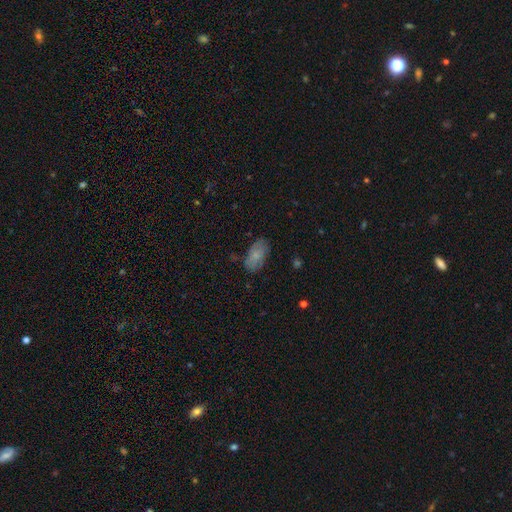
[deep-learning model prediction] smooth 72%, featured or disk 20%, star or artifact 8%. Down the decision tree: how rounded — in between (92%); merging — none (72%).